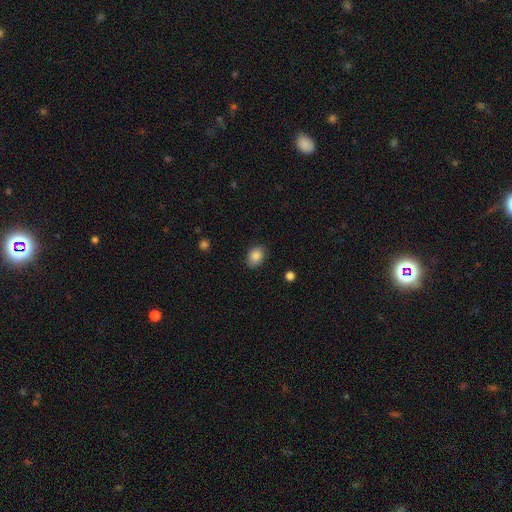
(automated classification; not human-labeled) Q: Smooth or featured?
A: smooth (87%); runner-up: star or artifact (9%)
Q: How rounded?
A: in between (69%); runner-up: round (30%)
Q: Merging?
A: none (83%); runner-up: minor disturbance (13%)